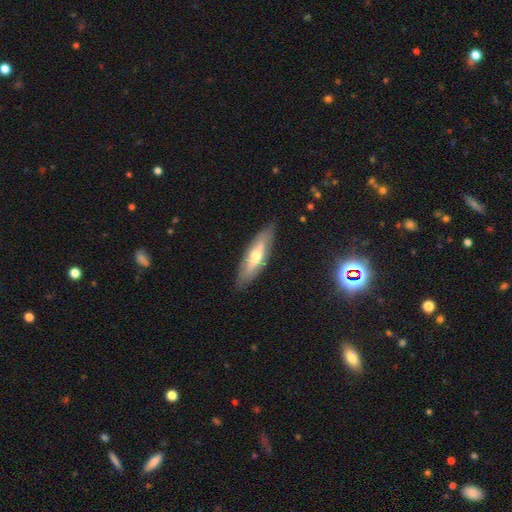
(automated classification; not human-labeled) This appears to be a featured or disk galaxy (48%). Merging: none (83%).